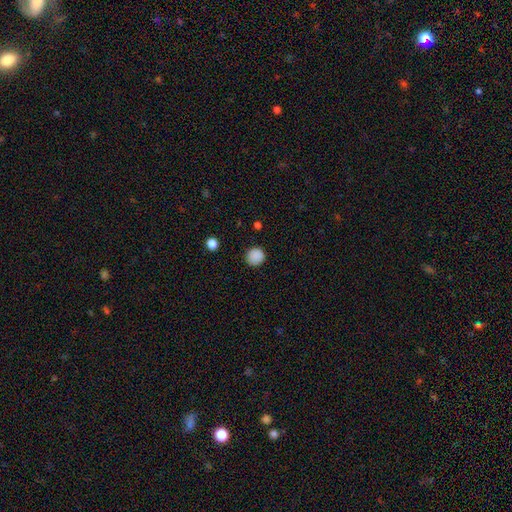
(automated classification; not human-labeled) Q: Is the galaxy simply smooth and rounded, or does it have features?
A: smooth — 87%.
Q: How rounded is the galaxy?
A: round — 92%.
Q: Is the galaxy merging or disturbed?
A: none — 89%.